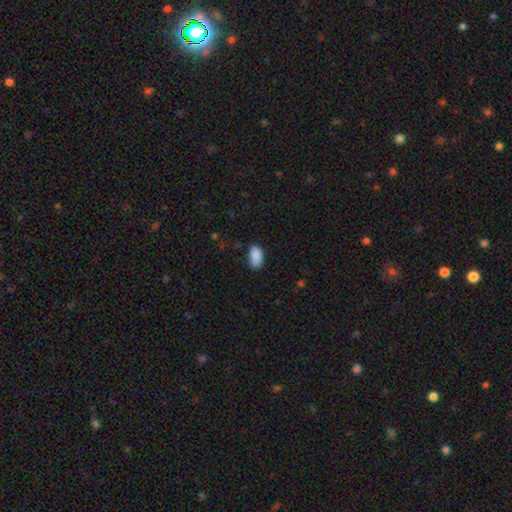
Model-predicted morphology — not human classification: smooth 90%, star or artifact 7%, featured or disk 3%. Down the decision tree: how rounded — in between (94%); merging — none (78%).